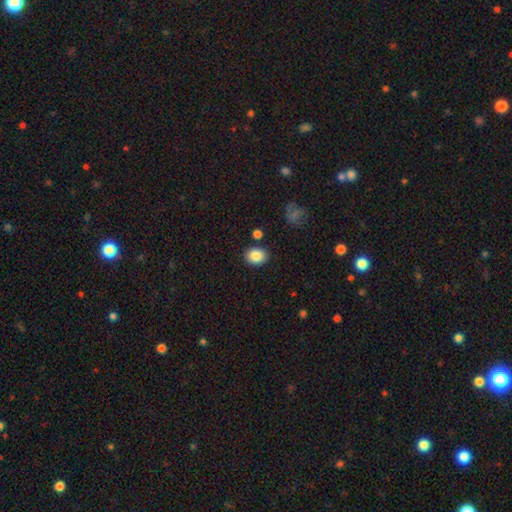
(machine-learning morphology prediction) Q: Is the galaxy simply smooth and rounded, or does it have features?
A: smooth — 86%.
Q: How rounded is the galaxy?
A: round — 53%.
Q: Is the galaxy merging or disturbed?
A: none — 84%.